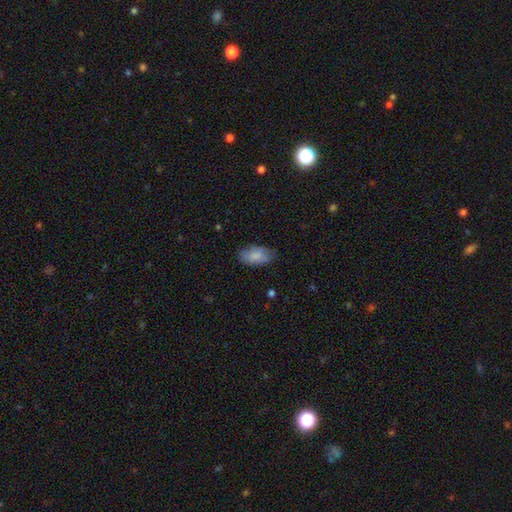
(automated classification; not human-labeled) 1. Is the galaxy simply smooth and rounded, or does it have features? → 81% smooth, 12% featured or disk, 7% star or artifact.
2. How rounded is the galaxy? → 94% in between, 4% round, 2% cigar-shaped.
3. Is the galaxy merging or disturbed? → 74% none, 20% minor disturbance, 5% major disturbance, 1% merger.